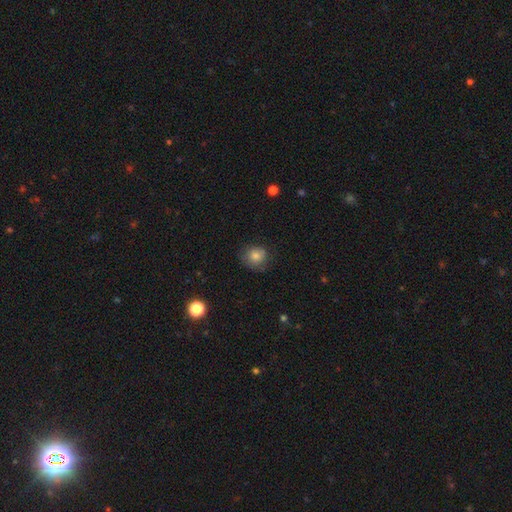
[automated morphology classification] Smooth or featured?
  - smooth: 80% *
  - star or artifact: 10%
  - featured or disk: 10%
How rounded?
  - round: 82% *
  - in between: 17%
  - cigar-shaped: 1%
Merging?
  - none: 71% *
  - minor disturbance: 21%
  - major disturbance: 6%
  - merger: 1%